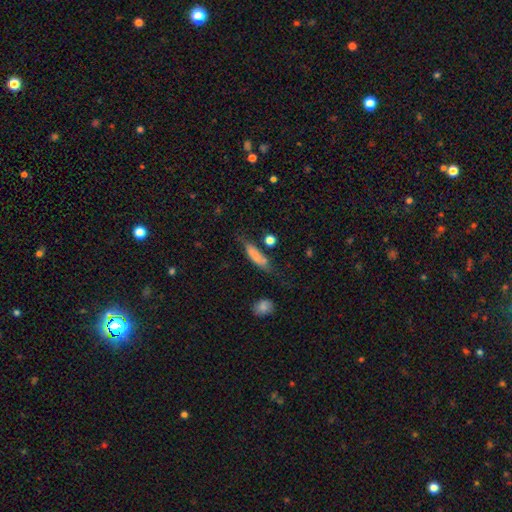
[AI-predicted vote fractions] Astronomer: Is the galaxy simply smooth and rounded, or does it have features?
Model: smooth — 74%.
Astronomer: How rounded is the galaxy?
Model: cigar-shaped — 63%.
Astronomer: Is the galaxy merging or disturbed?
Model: none — 57%.